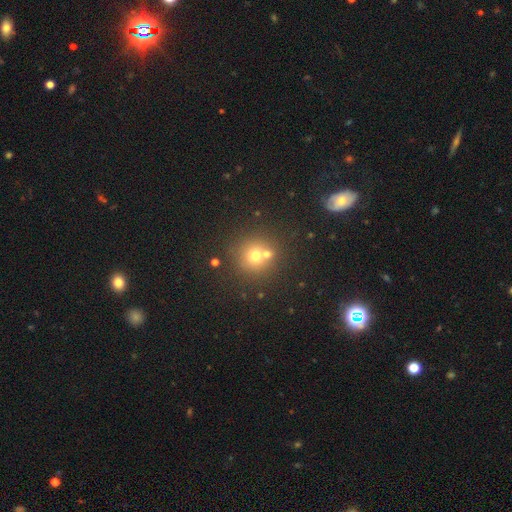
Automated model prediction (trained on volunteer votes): Q: Smooth or featured?
A: smooth (66%); runner-up: star or artifact (18%)
Q: How rounded?
A: round (90%); runner-up: in between (9%)
Q: Merging?
A: none (57%); runner-up: merger (32%)